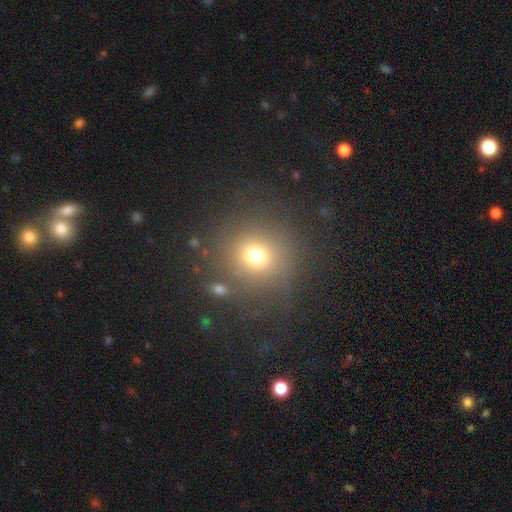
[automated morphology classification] A smooth galaxy with no disk features (71%) that is round (89%).

Vote fractions:
- Smooth or featured? smooth: 71% / star or artifact: 18% / featured or disk: 11%
- How rounded? round: 89% / in between: 10% / cigar-shaped: 1%
- Merging? none: 77% / minor disturbance: 11% / major disturbance: 8% / merger: 4%